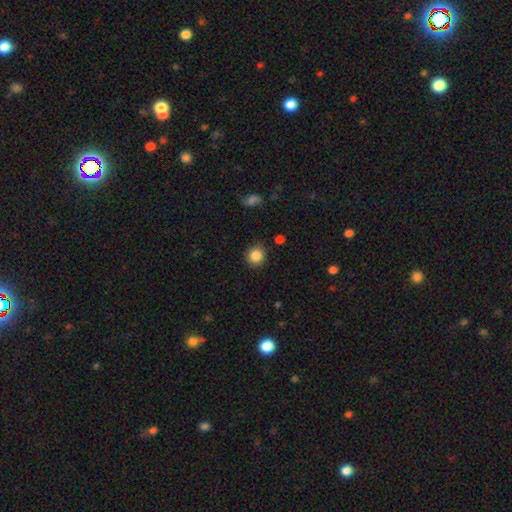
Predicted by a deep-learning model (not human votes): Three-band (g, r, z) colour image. It shows a smooth galaxy with no disk features (86%) that is round (88%). Merging: none (88%).